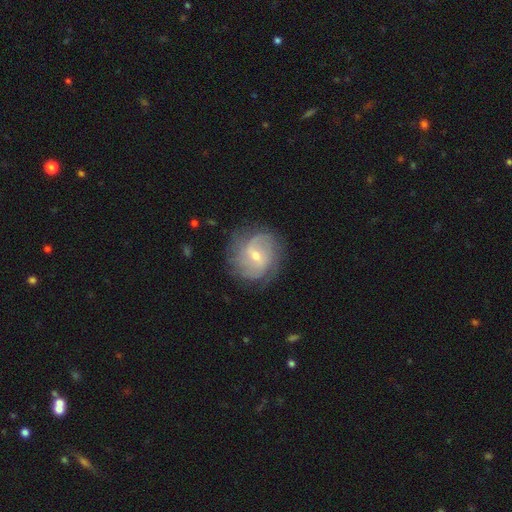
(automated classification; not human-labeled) smooth-or-featured: featured or disk: 77% | smooth: 16% | star or artifact: 7%
  disk-edge-on: no: 97% | yes: 3%
    bar: weak: 56% | no: 27% | strong: 16%
    has-spiral-arms: yes: 91% | no: 9%
      spiral-winding: medium: 41% | tight: 33% | loose: 26%
      spiral-arm-count: 2: 45% | can't tell: 28% | 3: 13% | 4: 5% | 1: 5% | more than 4: 4%
    bulge-size: small: 56% | moderate: 40% | large: 2% | none: 1% | dominant: 1%
  merging: none: 74% | minor disturbance: 17% | major disturbance: 8% | merger: 1%